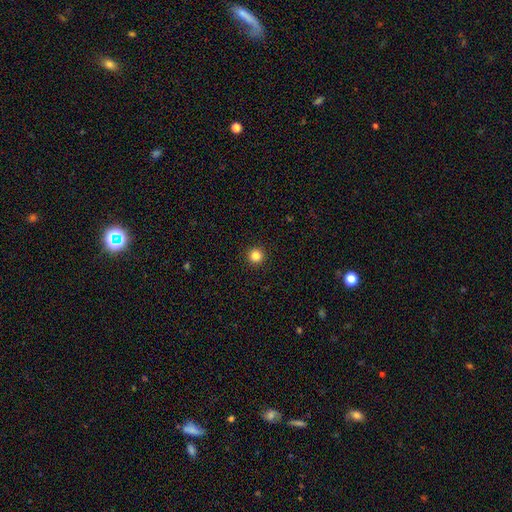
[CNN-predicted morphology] Overall: smooth (83%). How rounded: round (96%). Merging: none (94%).